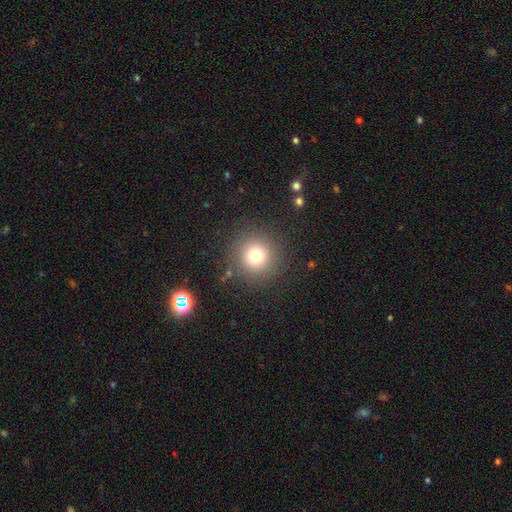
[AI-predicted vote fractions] Overall: smooth (75%). How rounded: round (95%). Merging: none (88%).